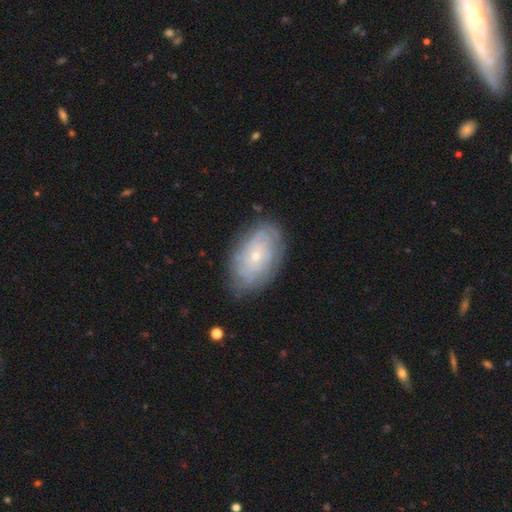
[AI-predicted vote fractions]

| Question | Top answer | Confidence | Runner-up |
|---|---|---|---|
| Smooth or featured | featured or disk | 65% | smooth (28%) |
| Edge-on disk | no | 94% | yes (6%) |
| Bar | no | 83% | weak (15%) |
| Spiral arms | yes | 81% | no (19%) |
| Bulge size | small | 74% | moderate (22%) |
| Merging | none | 78% | minor disturbance (16%) |